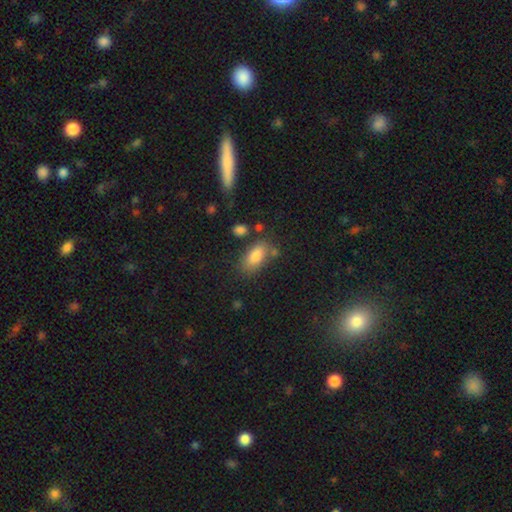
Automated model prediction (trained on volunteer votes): Morphology: type=smooth (83%); roundness=in between (89%); merging=none (70%).